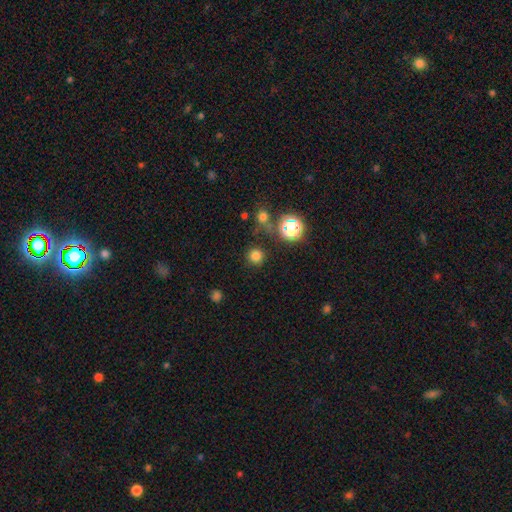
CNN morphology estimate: Smooth or featured: smooth — 76% (star or artifact — 19%)
How rounded: round — 95% (in between — 4%)
Merging: none — 86% (minor disturbance — 7%)